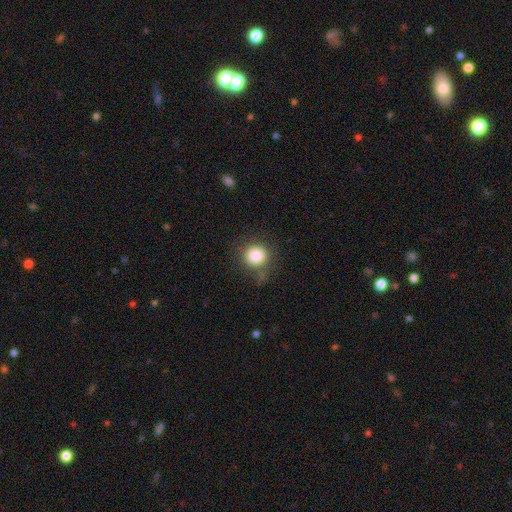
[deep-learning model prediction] The model was most divided on "merging": none: 77%, minor disturbance: 15%, major disturbance: 6%, merger: 3%. More confident: how rounded — round (91%); smooth or featured — smooth (84%).